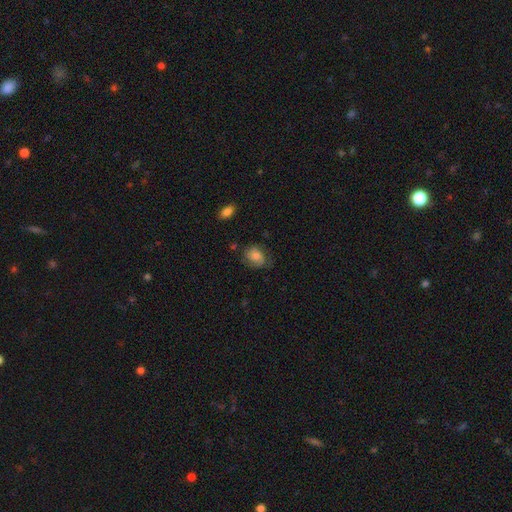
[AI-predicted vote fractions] This appears to be a smooth galaxy with no disk features (54%) that is in between round and cigar-shaped (52%). Merging: none (59%).